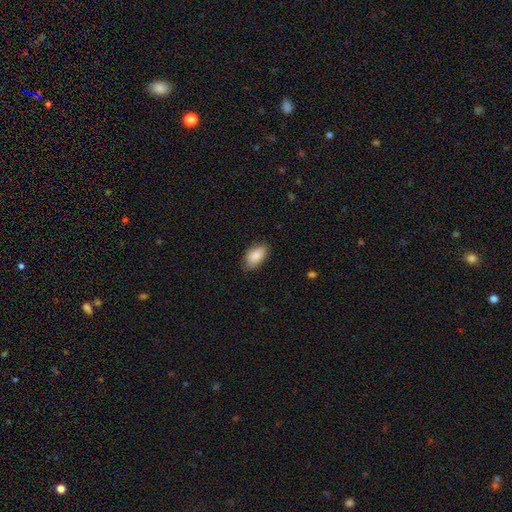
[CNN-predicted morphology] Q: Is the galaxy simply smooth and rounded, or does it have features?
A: smooth — 85%.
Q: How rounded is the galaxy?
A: in between — 93%.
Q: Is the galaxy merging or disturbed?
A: none — 79%.